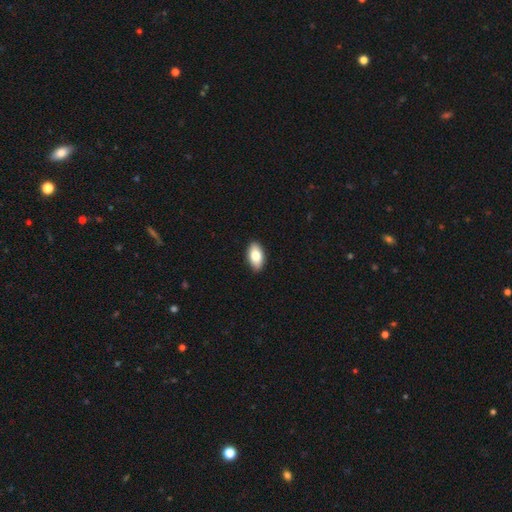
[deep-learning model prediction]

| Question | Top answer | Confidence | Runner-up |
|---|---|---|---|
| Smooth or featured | smooth | 81% | featured or disk (13%) |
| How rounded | in between | 93% | round (4%) |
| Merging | none | 90% | minor disturbance (7%) |